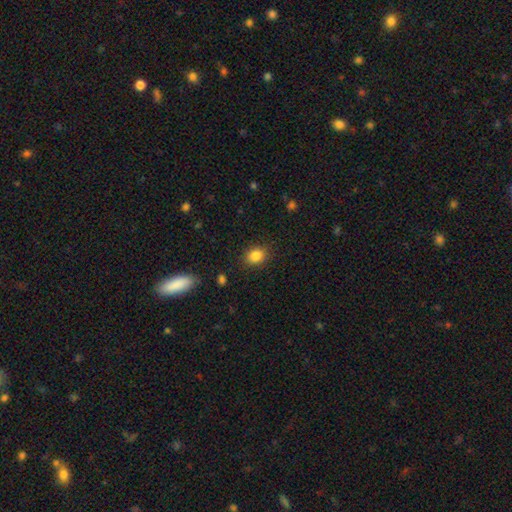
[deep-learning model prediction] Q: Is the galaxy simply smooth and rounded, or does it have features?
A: smooth — 86%.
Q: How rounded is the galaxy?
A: in between — 56%.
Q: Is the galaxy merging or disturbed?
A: none — 86%.